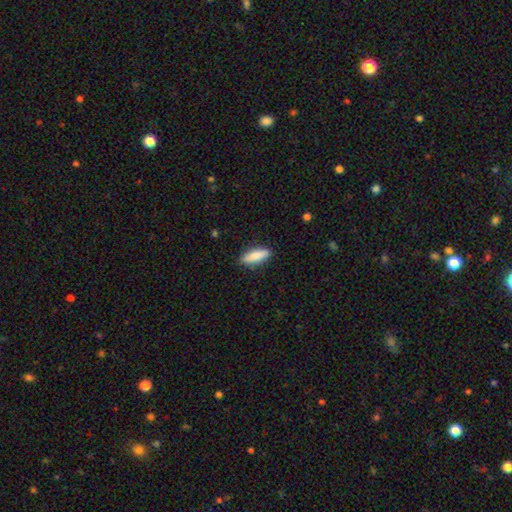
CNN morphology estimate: Overall: smooth (85%). How rounded: cigar-shaped (50%; in between 48%). Merging: none (88%).